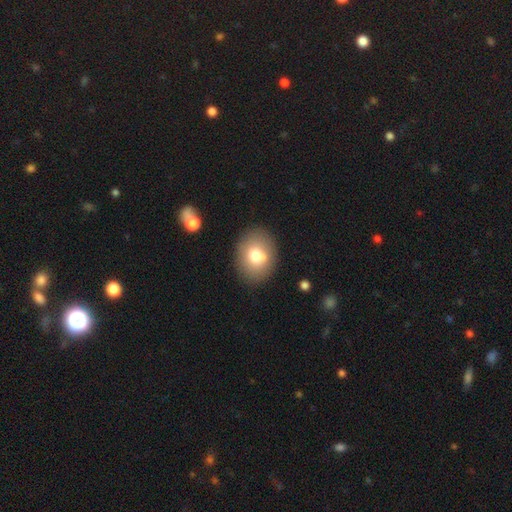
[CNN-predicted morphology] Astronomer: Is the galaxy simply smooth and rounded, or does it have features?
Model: smooth — 71%.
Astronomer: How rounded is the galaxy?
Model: in between — 50% (runner-up: round, 49%).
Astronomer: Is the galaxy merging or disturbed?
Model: none — 73%.